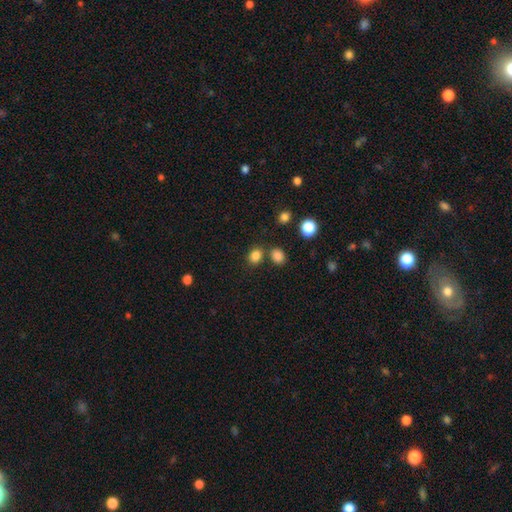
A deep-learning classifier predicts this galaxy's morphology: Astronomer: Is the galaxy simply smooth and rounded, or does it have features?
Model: smooth — 83%.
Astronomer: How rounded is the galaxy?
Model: round — 55% (runner-up: in between, 44%).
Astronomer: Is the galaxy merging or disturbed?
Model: none — 71%.